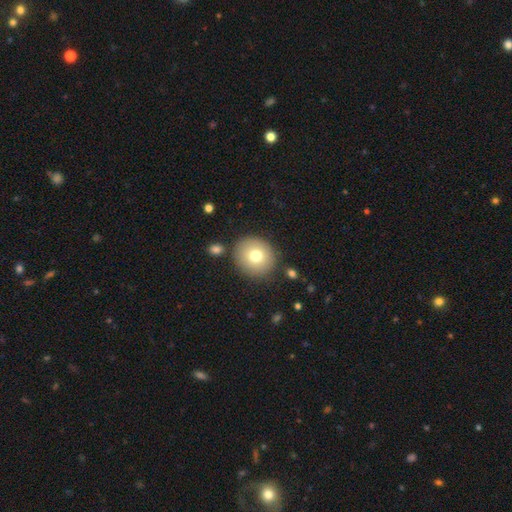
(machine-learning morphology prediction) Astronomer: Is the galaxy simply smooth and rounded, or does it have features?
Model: smooth — 75%.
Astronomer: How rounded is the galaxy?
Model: round — 87%.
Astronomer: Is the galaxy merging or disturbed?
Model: none — 84%.